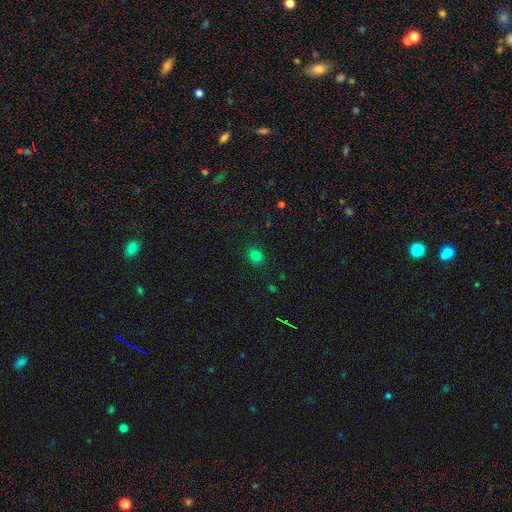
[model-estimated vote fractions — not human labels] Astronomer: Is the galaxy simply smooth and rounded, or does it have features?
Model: smooth — 79%.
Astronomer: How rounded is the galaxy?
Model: round — 75%.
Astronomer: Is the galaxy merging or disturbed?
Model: none — 89%.